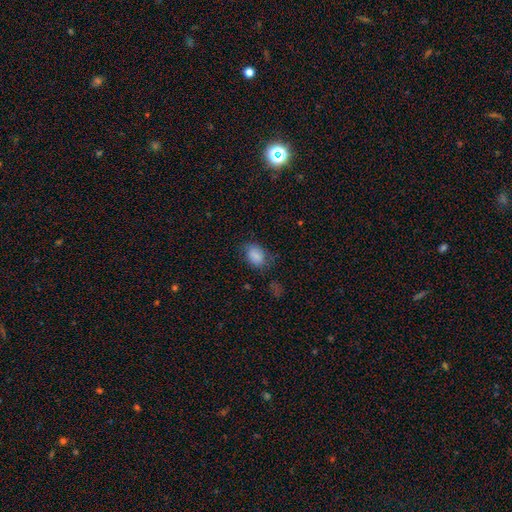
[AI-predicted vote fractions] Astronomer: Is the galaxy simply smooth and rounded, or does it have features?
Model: smooth — 84%.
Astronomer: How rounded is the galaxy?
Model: in between — 79%.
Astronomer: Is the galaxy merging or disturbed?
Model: none — 61%.